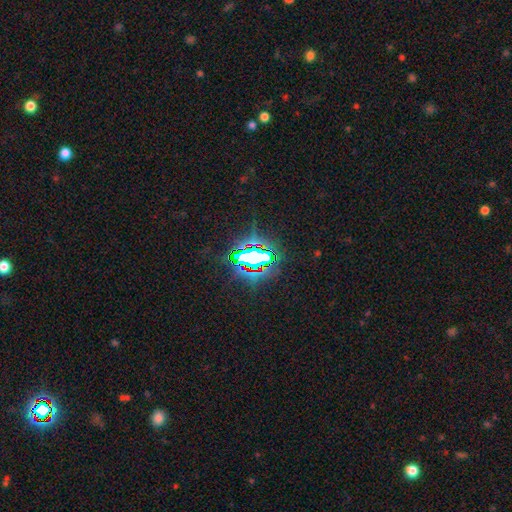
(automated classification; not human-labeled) smooth_or_featured: star or artifact (p=0.72) [alt: smooth p=0.15]